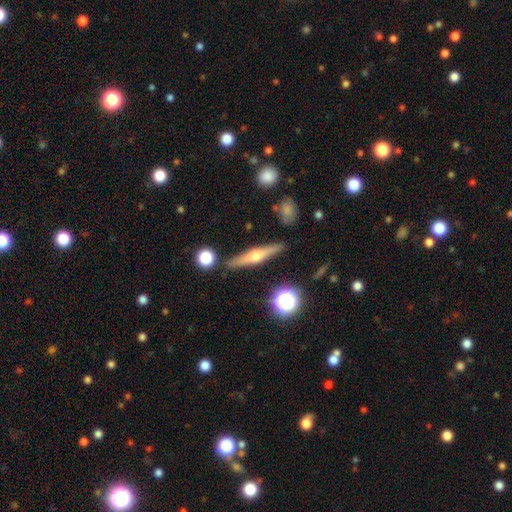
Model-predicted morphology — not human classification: smooth-or-featured: featured or disk: 62% | smooth: 31% | star or artifact: 7%
  disk-edge-on: yes: 96% | no: 4%
    edge-on-bulge: rounded: 92% | none: 4% | boxy: 4%
  merging: none: 87% | minor disturbance: 8% | merger: 3% | major disturbance: 2%